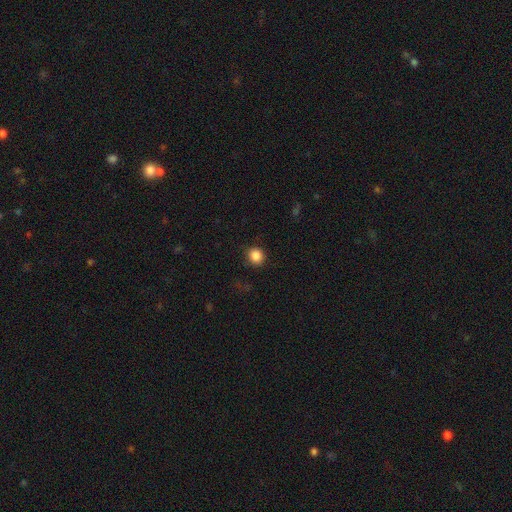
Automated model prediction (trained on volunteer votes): Smooth or featured? smooth (86%)
How rounded? round (88%)
Merging? none (86%)